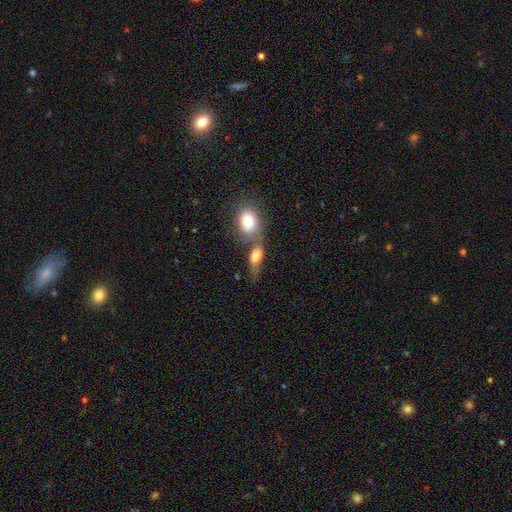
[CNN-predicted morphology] type=smooth (69%); roundness=in between (75%); merging=merger (55%).